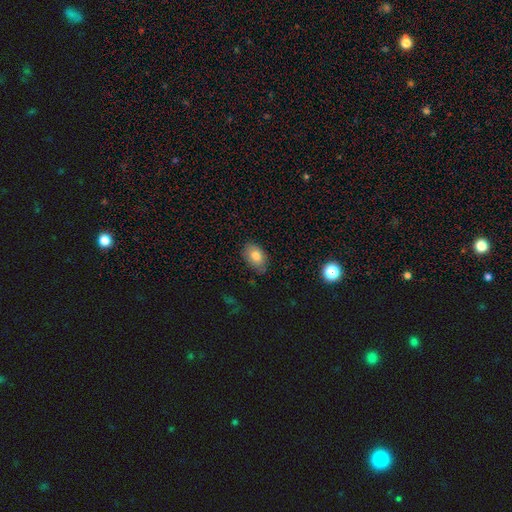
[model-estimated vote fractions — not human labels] Smooth or featured? smooth (80%)
How rounded? in between (88%)
Merging? none (79%)